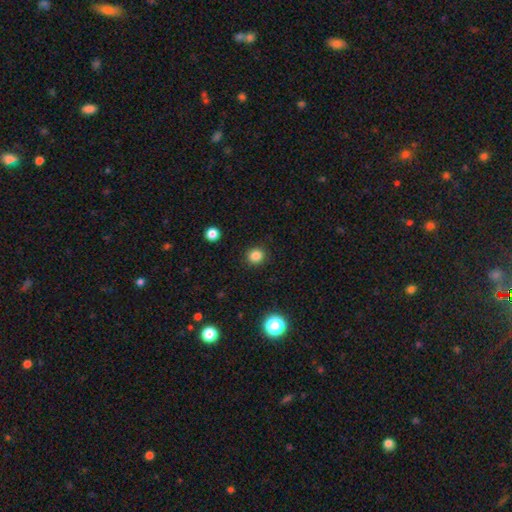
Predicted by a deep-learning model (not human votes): Smooth or featured? Predicted: smooth (p=0.84). How rounded? Predicted: round (p=0.88). Merging? Predicted: none (p=0.90).